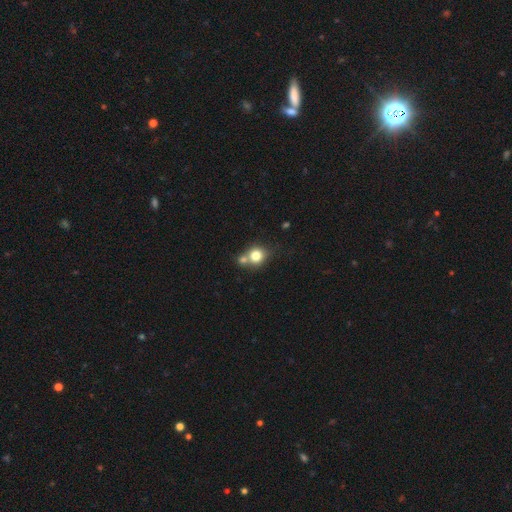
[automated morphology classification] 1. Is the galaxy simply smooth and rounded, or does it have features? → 77% smooth, 12% featured or disk, 11% star or artifact.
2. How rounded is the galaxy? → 80% round, 19% in between, 1% cigar-shaped.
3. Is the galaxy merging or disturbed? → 47% none, 40% merger, 9% minor disturbance, 4% major disturbance.